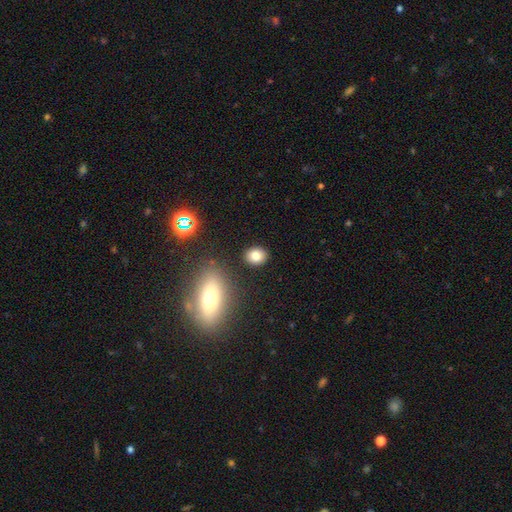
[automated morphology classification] Smooth or featured?
  - smooth: 81% *
  - star or artifact: 11%
  - featured or disk: 9%
How rounded?
  - round: 56% *
  - in between: 42%
  - cigar-shaped: 1%
Merging?
  - none: 87% *
  - minor disturbance: 7%
  - merger: 3%
  - major disturbance: 2%